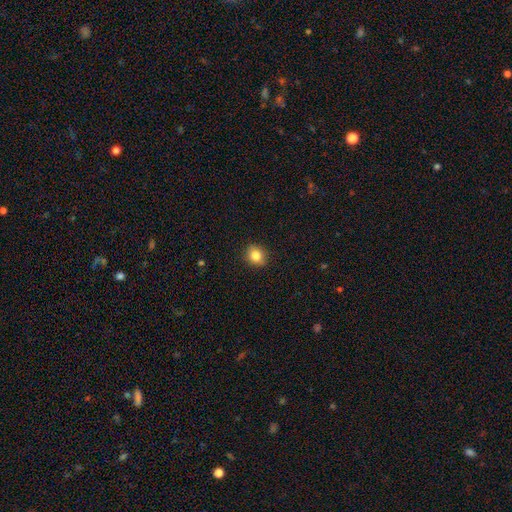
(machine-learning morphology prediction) smooth_or_featured: smooth (p=0.83) [alt: star or artifact p=0.10]
how_rounded: round (p=0.70) [alt: in between p=0.29]
merging: none (p=0.88) [alt: minor disturbance p=0.09]